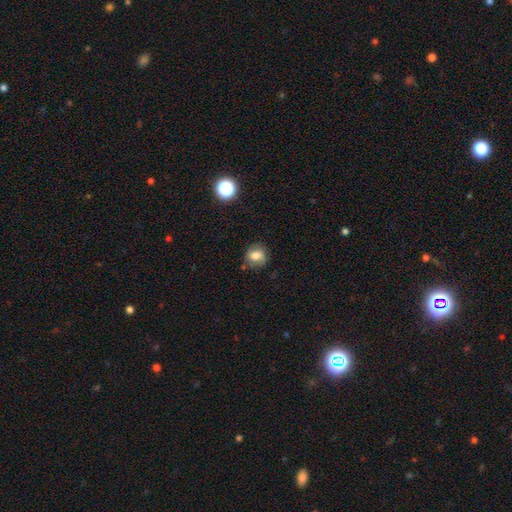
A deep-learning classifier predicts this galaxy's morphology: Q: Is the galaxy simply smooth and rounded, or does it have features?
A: smooth — 69%.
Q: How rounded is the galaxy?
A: round — 74%.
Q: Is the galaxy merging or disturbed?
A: none — 74%.